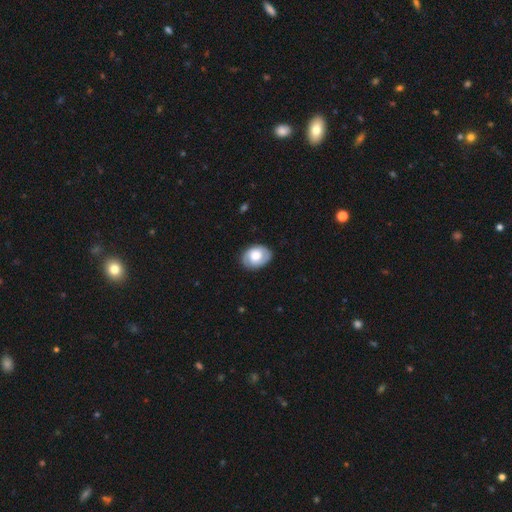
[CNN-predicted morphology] A smooth galaxy with no disk features (51%) that is in between round and cigar-shaped (70%).

Vote fractions:
- Smooth or featured? smooth: 51% / featured or disk: 43% / star or artifact: 7%
- How rounded? in between: 70% / round: 29% / cigar-shaped: 1%
- Merging? none: 81% / minor disturbance: 14% / major disturbance: 3% / merger: 1%